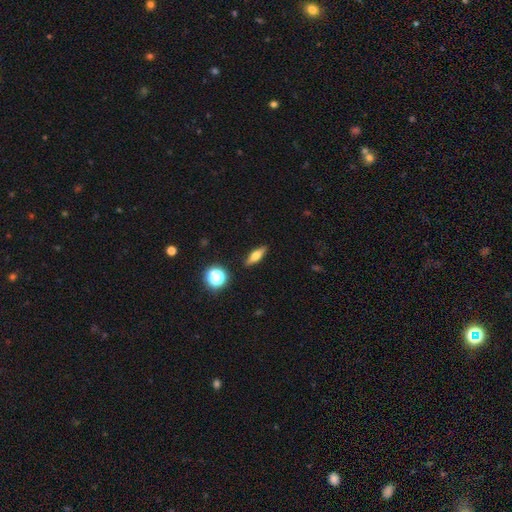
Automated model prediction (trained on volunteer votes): A smooth galaxy with no disk features (53%) that is cigar-shaped (46%, tied with in between).

Vote fractions:
- Smooth or featured? smooth: 53% / featured or disk: 37% / star or artifact: 10%
- How rounded? cigar-shaped: 46% (tied) / in between: 46% (tied) / round: 7%
- Merging? none: 89% / minor disturbance: 7% / major disturbance: 2% / merger: 1%